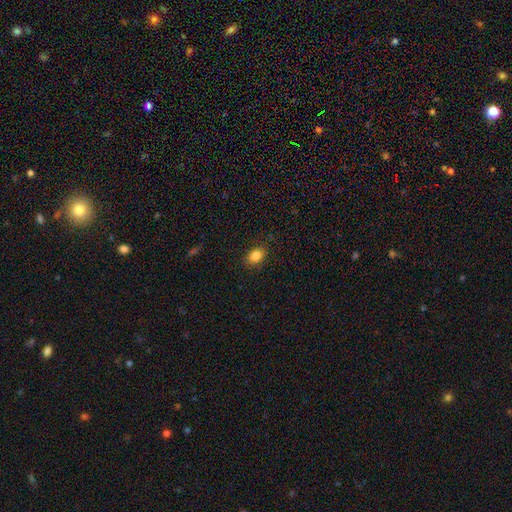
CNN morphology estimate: This is clearly a smooth galaxy (85%). How rounded: likely in between (80%). Merging: clearly none (87%).